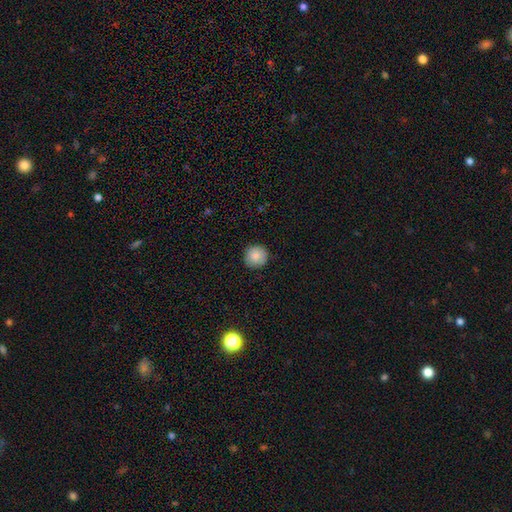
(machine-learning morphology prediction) A smooth galaxy with no disk features (87%) that is round (94%). Merging: none (90%).